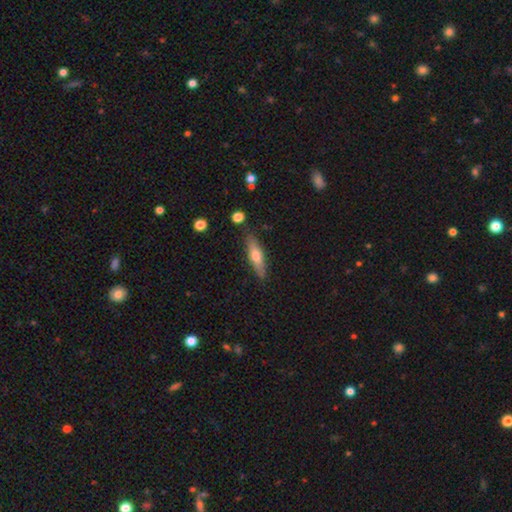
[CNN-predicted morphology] This is possibly a smooth galaxy (58%). How rounded: likely cigar-shaped (67%). Merging: clearly none (84%).